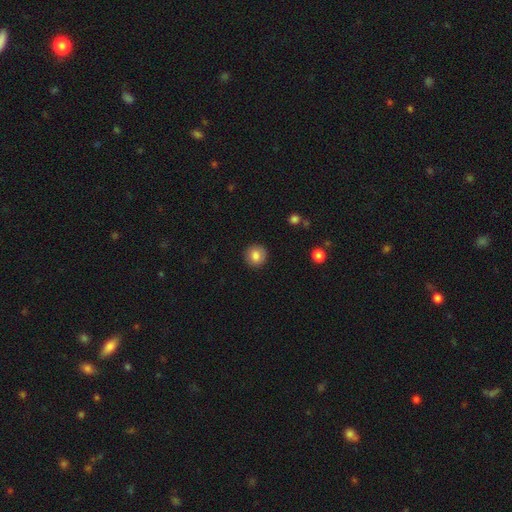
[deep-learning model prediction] Smooth or featured: smooth — 83% (star or artifact — 9%)
How rounded: round — 91% (in between — 8%)
Merging: none — 91% (minor disturbance — 6%)